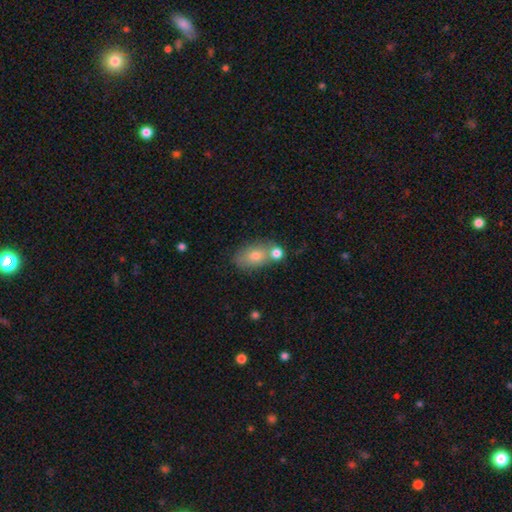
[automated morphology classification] This is likely a smooth galaxy (74%). How rounded: clearly in between (83%). Merging: possibly none (54%).